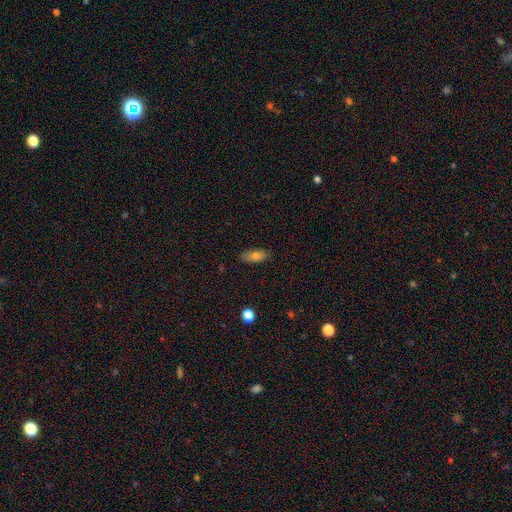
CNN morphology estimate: A smooth galaxy with no disk features (76%) that is in between round and cigar-shaped (81%). Merging: none (85%).